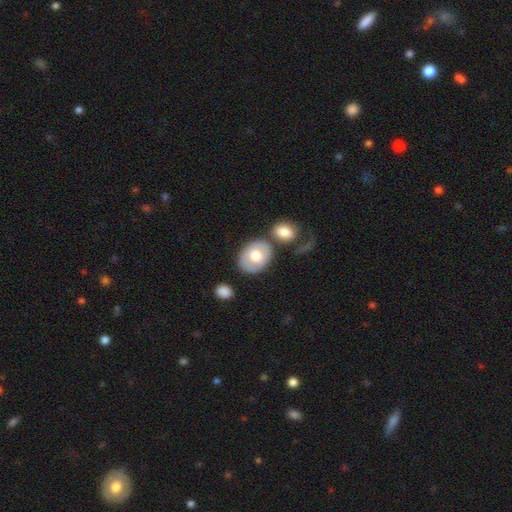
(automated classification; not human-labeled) smooth 62%, featured or disk 32%, star or artifact 6%. Down the decision tree: how rounded — in between (65%); merging — none (68%).